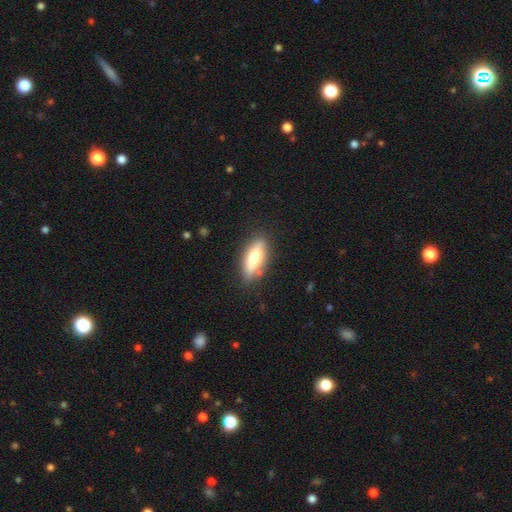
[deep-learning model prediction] The model was most divided on "how rounded": in between: 64%, cigar-shaped: 33%, round: 2%. More confident: merging — none (83%); smooth or featured — smooth (69%).